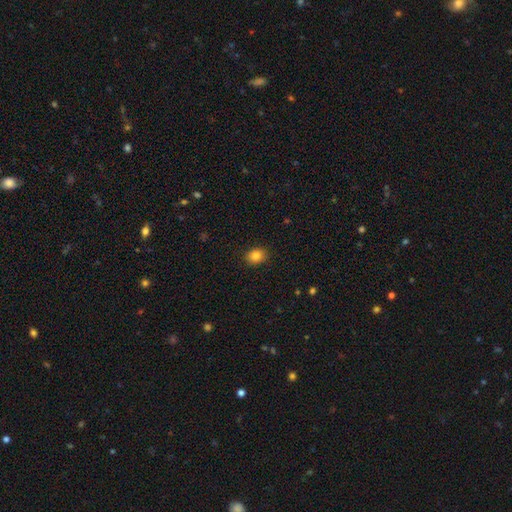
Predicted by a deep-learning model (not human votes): A smooth galaxy with no disk features (84%) that is round (54%). Merging: none (89%).